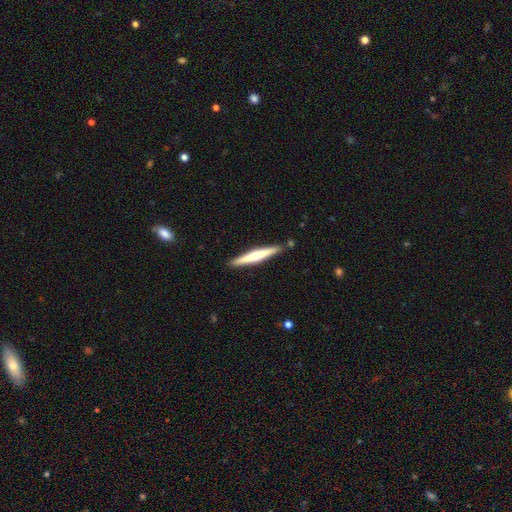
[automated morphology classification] smooth_or_featured: featured or disk (p=0.50) [alt: smooth p=0.45]
disk_edge_on: yes (p=0.97) [alt: no p=0.03]
merging: none (p=0.88) [alt: minor disturbance p=0.08]